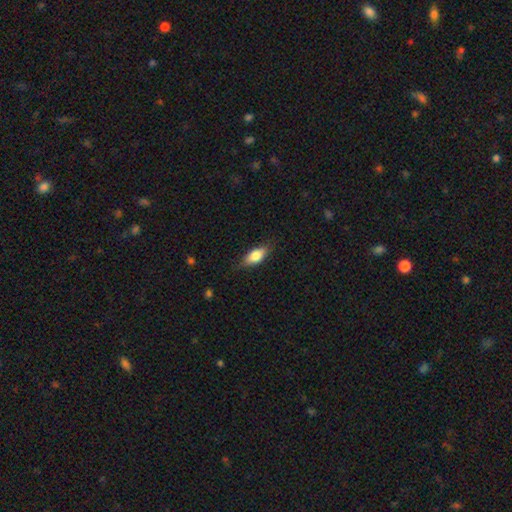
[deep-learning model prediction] Overall: smooth (75%). How rounded: in between (79%). Merging: none (79%).